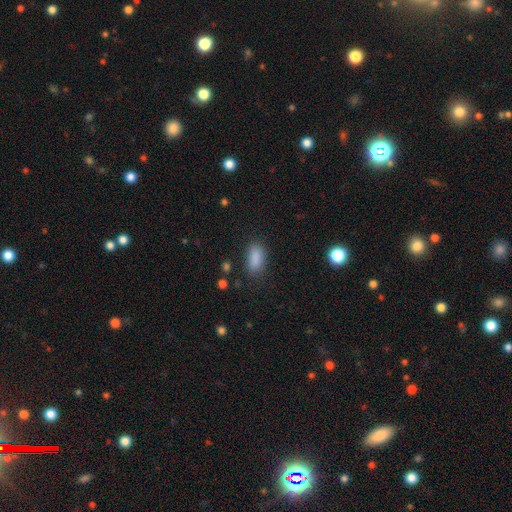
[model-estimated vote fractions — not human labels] Smooth or featured?
  - smooth: 87% *
  - star or artifact: 9%
  - featured or disk: 4%
How rounded?
  - in between: 87% *
  - cigar-shaped: 8%
  - round: 4%
Merging?
  - none: 82% *
  - minor disturbance: 12%
  - major disturbance: 4%
  - merger: 2%